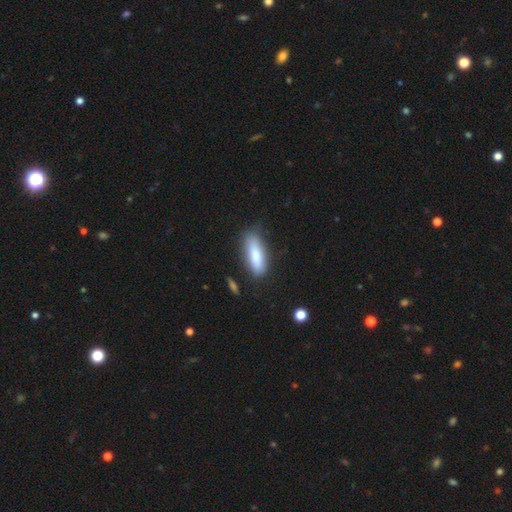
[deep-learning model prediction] Smooth or featured? Predicted: smooth (p=0.78). How rounded? Predicted: in between (p=0.54). Merging? Predicted: none (p=0.77).